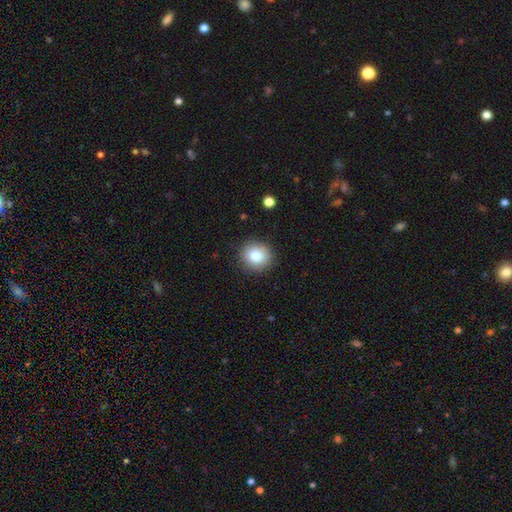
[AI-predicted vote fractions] Smooth or featured: smooth — 82% (star or artifact — 10%)
How rounded: round — 86% (in between — 13%)
Merging: none — 89% (minor disturbance — 8%)